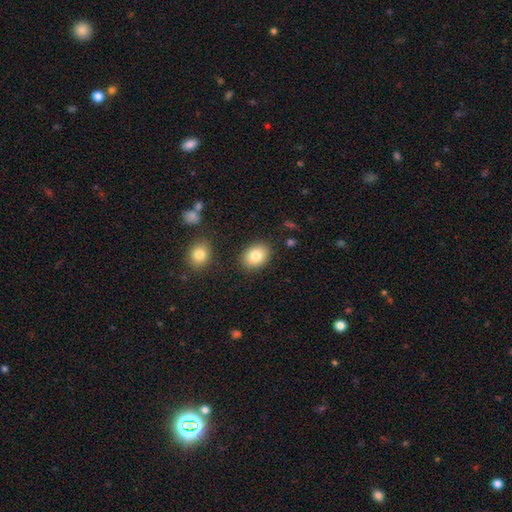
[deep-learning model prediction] This is clearly a smooth galaxy (82%). How rounded: likely in between (65%). Merging: clearly none (86%).